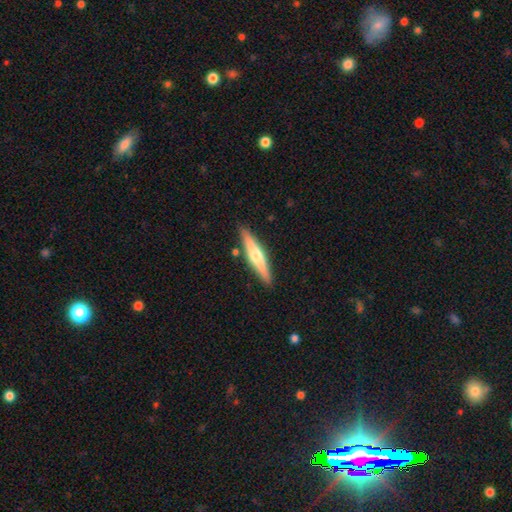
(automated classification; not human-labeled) Smooth or featured: featured or disk — 54% (smooth — 40%)
Edge-on disk: yes — 94% (no — 6%)
Edge-on bulge: rounded — 88% (none — 7%)
Merging: none — 85% (minor disturbance — 9%)